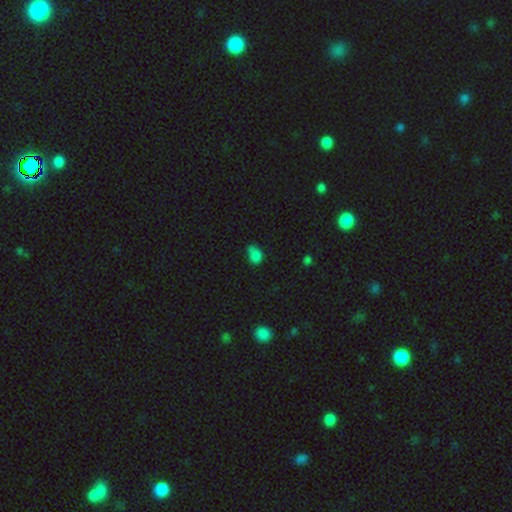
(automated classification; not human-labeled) Smooth or featured? smooth (78%)
How rounded? in between (57%)
Merging? none (43%)